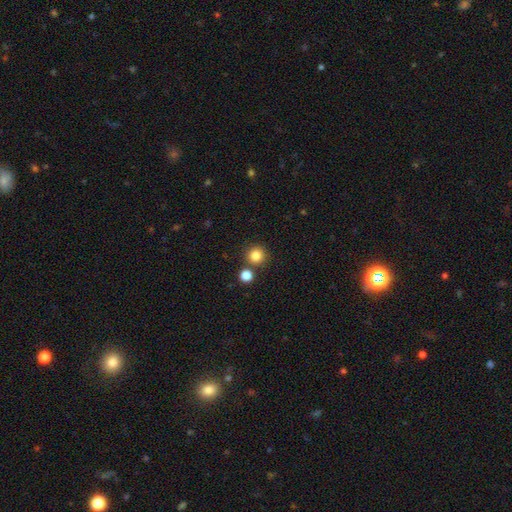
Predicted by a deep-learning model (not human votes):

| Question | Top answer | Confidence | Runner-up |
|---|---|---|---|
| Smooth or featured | smooth | 83% | star or artifact (12%) |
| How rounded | round | 94% | in between (5%) |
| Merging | none | 81% | merger (10%) |